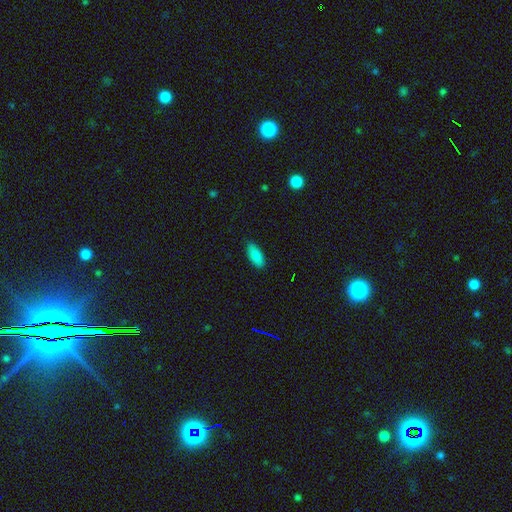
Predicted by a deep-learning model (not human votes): Morphology: type=smooth (88%); roundness=in between (84%); merging=none (87%).